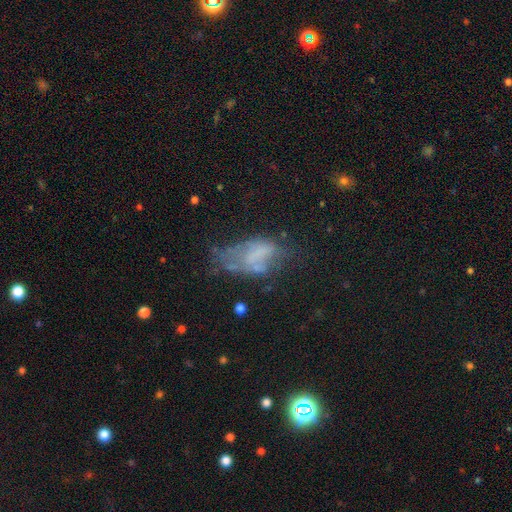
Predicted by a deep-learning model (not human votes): Smooth or featured?
  - featured or disk: 46% *
  - smooth: 39%
  - star or artifact: 15%
Merging?
  - major disturbance: 38% *
  - none: 27%
  - minor disturbance: 25%
  - merger: 10%